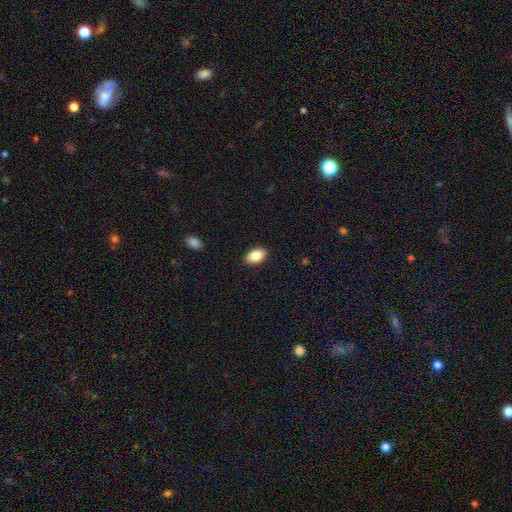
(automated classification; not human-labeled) Smooth or featured?
  - smooth: 88% *
  - star or artifact: 7%
  - featured or disk: 5%
How rounded?
  - in between: 90% *
  - round: 9%
  - cigar-shaped: 1%
Merging?
  - none: 89% *
  - minor disturbance: 8%
  - major disturbance: 2%
  - merger: 1%